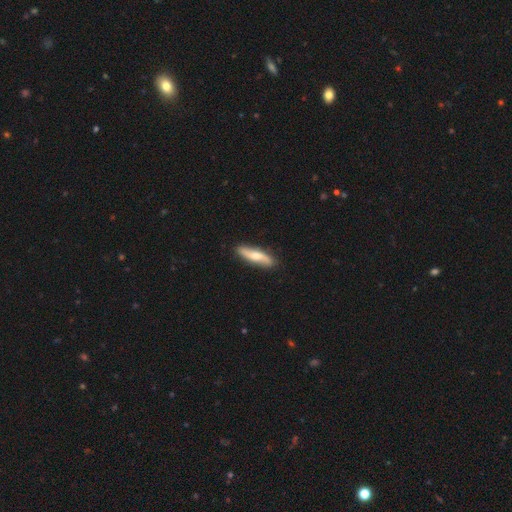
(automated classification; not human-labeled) smooth-or-featured: featured or disk: 51% | smooth: 44% | star or artifact: 5%
  disk-edge-on: no: 52% | yes: 48%
  merging: none: 87% | minor disturbance: 10% | major disturbance: 2% | merger: 1%